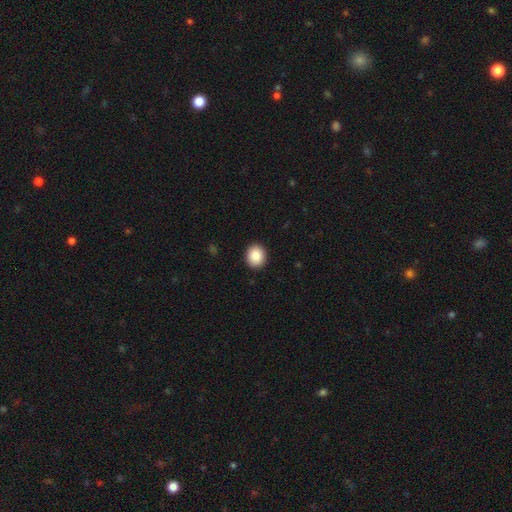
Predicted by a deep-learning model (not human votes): Smooth or featured: smooth — 87% (star or artifact — 8%)
How rounded: round — 72% (in between — 27%)
Merging: none — 92% (minor disturbance — 5%)